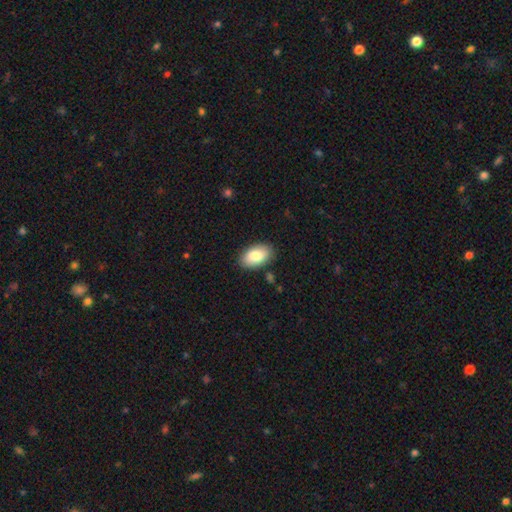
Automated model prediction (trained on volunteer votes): Smooth or featured? Predicted: smooth (p=0.84). How rounded? Predicted: in between (p=0.94). Merging? Predicted: none (p=0.86).